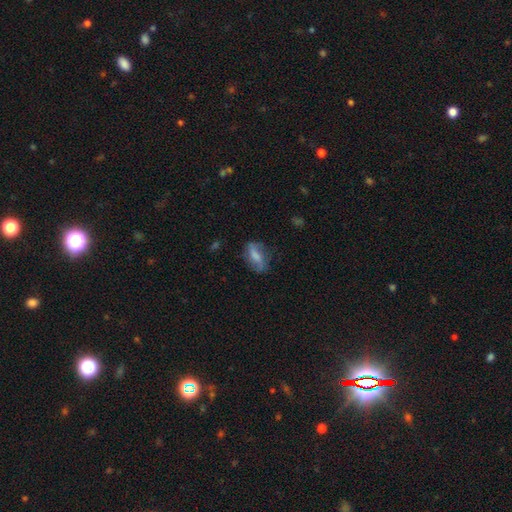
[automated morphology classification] A smooth galaxy with no disk features (49%). Merging: none (62%).